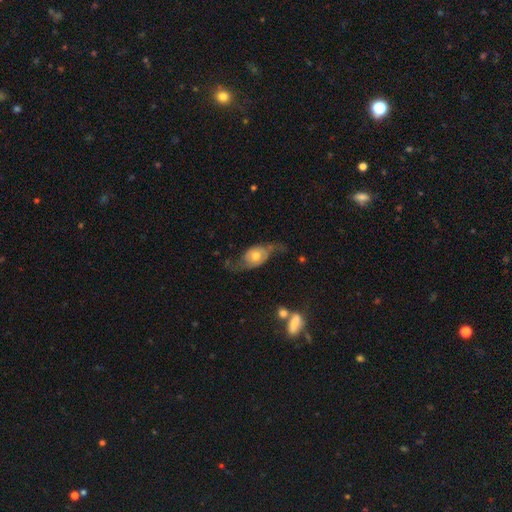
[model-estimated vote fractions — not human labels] This appears to be a featured or disk galaxy (66%) with no bar (73%), spiral arms (83%) and a moderate central bulge (64%). Merging: none (51%).